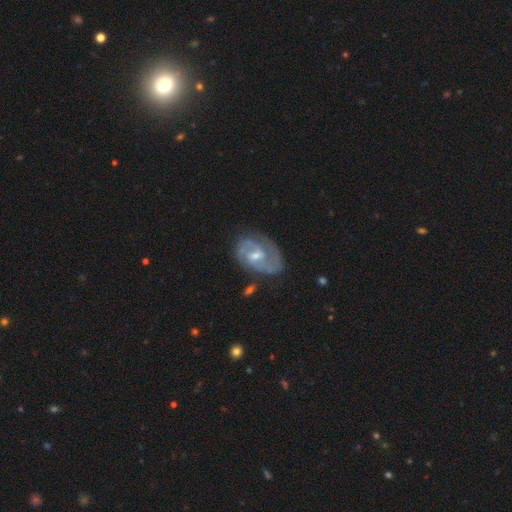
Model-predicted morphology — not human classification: This appears to be a featured or disk galaxy (82%) with a weak bar (55%), 2 (62%) medium (45%) spiral arms (92%) and a small central bulge (50%). Merging: none (66%).